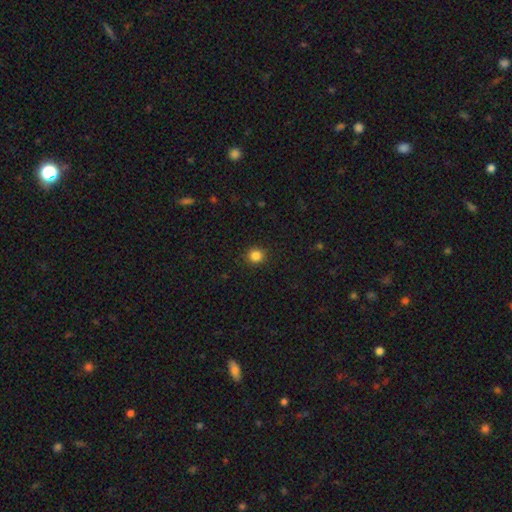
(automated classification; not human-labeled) Q: Smooth or featured?
A: smooth (85%); runner-up: star or artifact (12%)
Q: How rounded?
A: round (92%); runner-up: in between (8%)
Q: Merging?
A: none (92%); runner-up: minor disturbance (5%)